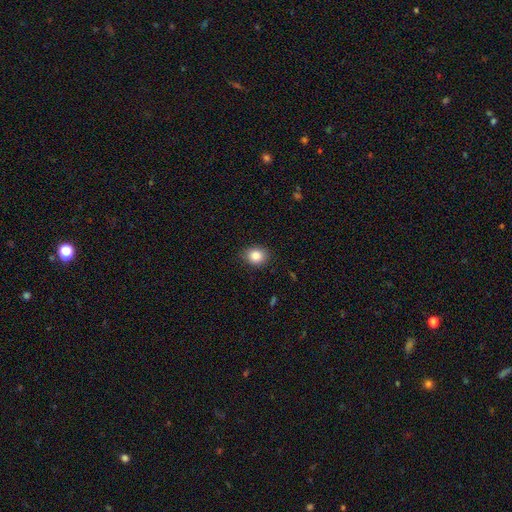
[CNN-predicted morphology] smooth-or-featured: smooth: 86% | star or artifact: 9% | featured or disk: 5%
  how-rounded: round: 67% | in between: 32% | cigar-shaped: 1%
  merging: none: 85% | minor disturbance: 12% | major disturbance: 3% | merger: 1%